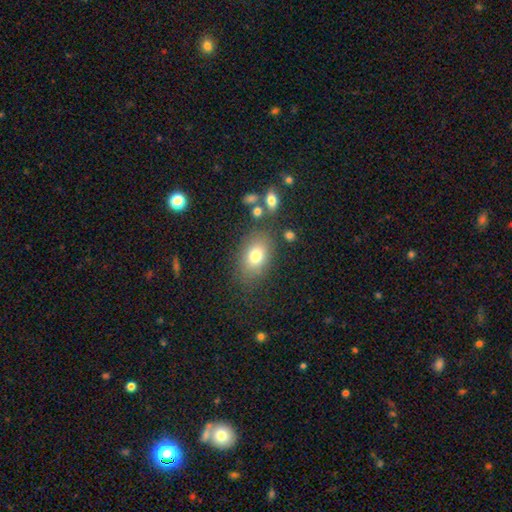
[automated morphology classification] smooth-or-featured: smooth: 76% | featured or disk: 13% | star or artifact: 11%
  how-rounded: in between: 79% | round: 20% | cigar-shaped: 1%
  merging: none: 77% | minor disturbance: 13% | major disturbance: 6% | merger: 4%